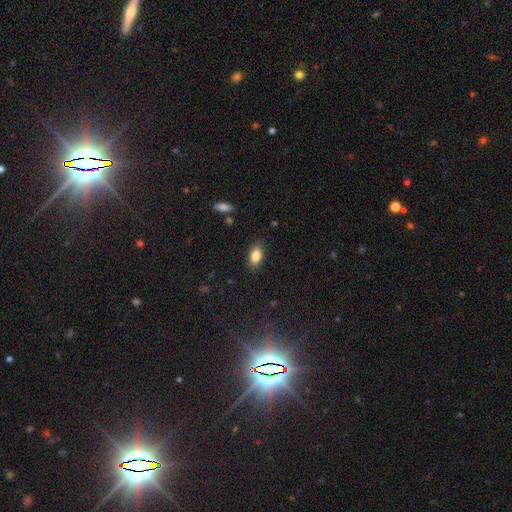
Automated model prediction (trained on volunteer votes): This is clearly a smooth galaxy (85%). How rounded: clearly in between (90%). Merging: clearly none (85%).